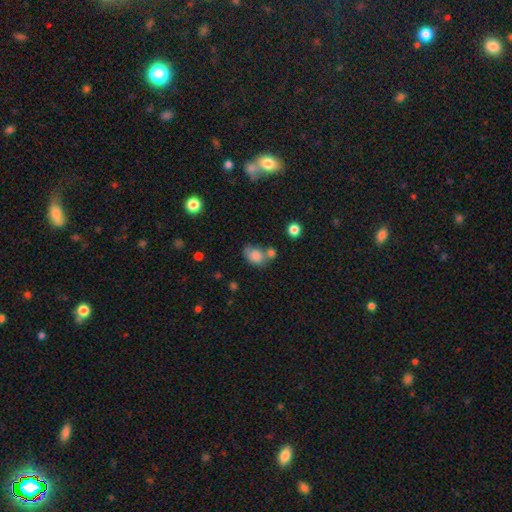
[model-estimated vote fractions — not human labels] Overall: smooth (76%). How rounded: in between (60%; round 38%). Merging: none (39%; merger 28%).